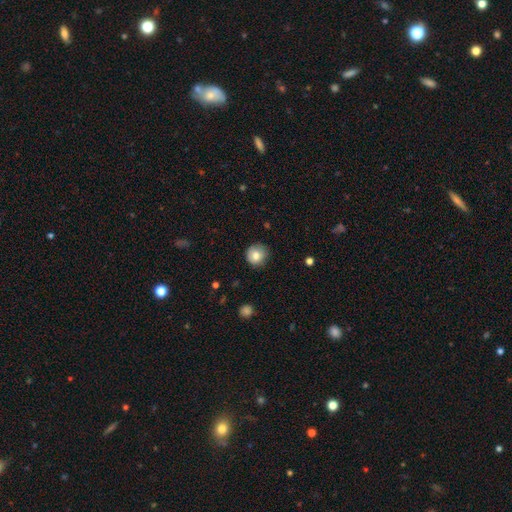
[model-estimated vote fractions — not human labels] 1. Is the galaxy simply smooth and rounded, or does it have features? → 80% smooth, 11% featured or disk, 9% star or artifact.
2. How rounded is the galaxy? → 93% round, 6% in between, 1% cigar-shaped.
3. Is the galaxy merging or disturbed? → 84% none, 13% minor disturbance, 3% major disturbance, 1% merger.